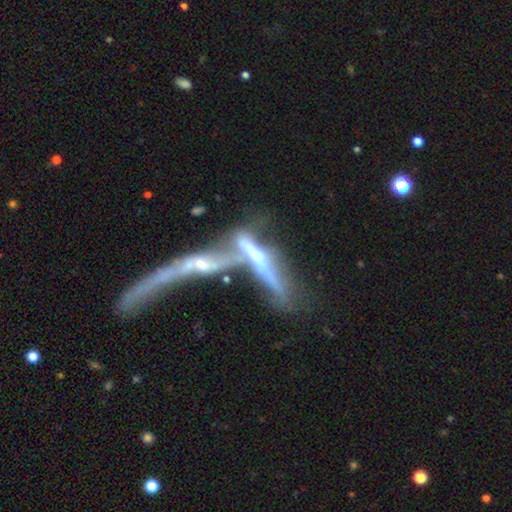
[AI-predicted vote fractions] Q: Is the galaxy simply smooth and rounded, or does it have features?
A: featured or disk — 64%.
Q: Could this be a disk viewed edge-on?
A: yes — 67%.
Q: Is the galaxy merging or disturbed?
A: merger — 68%.